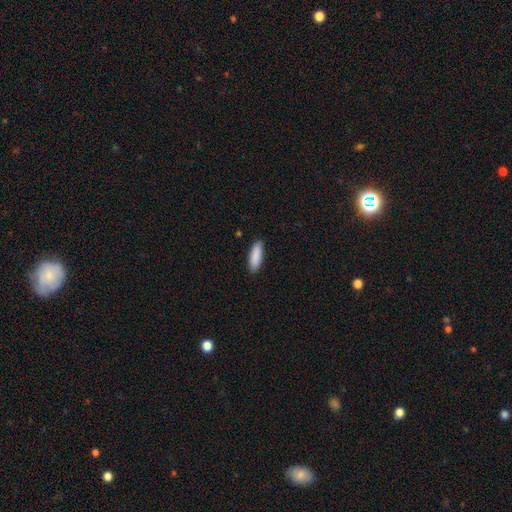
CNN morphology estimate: A smooth galaxy with no disk features (90%) that is in between round and cigar-shaped (55%).

Vote fractions:
- Smooth or featured? smooth: 90% / star or artifact: 5% / featured or disk: 5%
- How rounded? in between: 55% / cigar-shaped: 44% / round: 2%
- Merging? none: 89% / minor disturbance: 8% / major disturbance: 2% / merger: 1%